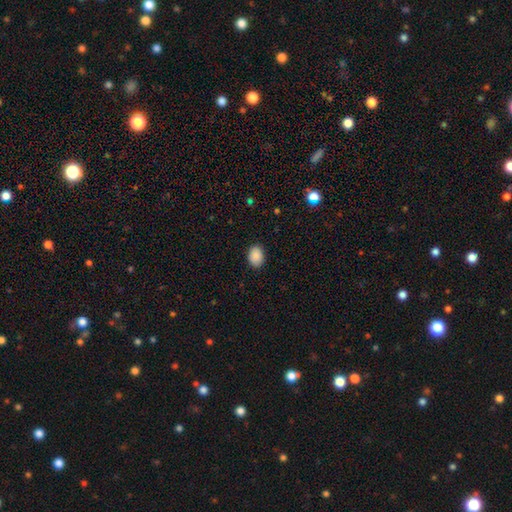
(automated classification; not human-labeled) Overall: smooth (90%). How rounded: in between (75%). Merging: none (88%).